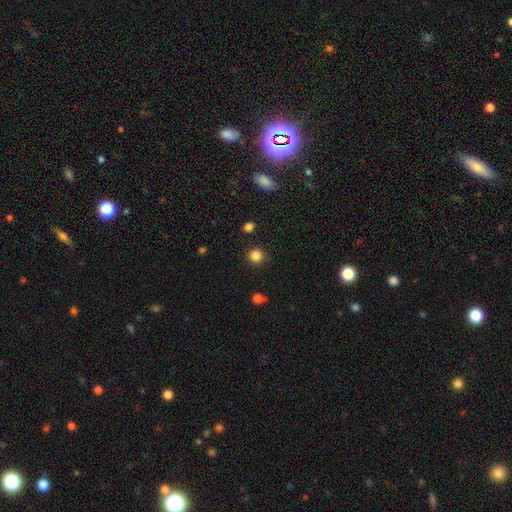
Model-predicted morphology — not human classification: This appears to be a smooth galaxy with no disk features (85%) that is round (91%). Merging: none (88%).